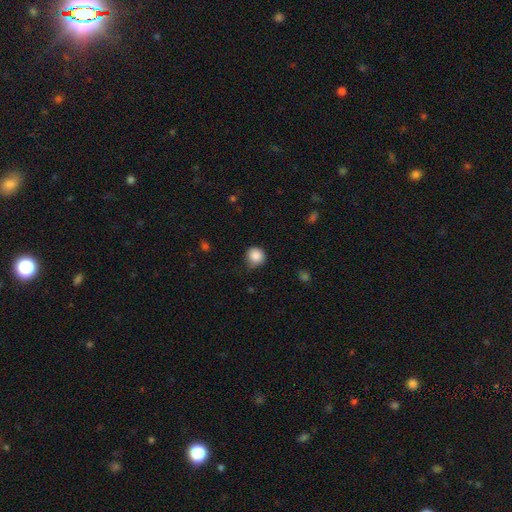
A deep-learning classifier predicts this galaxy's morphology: Smooth or featured? smooth (86%)
How rounded? round (92%)
Merging? none (72%)